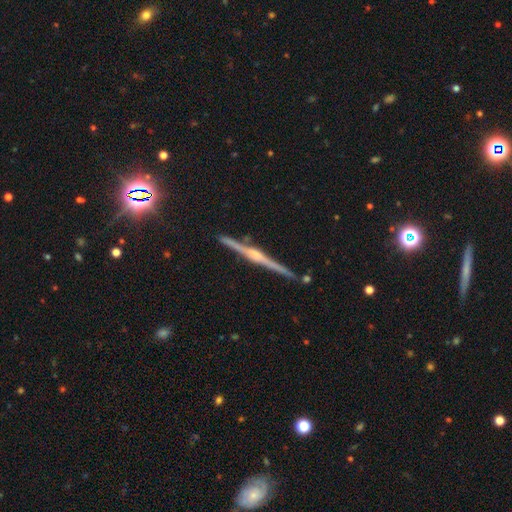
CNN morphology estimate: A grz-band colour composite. It shows a featured or disk galaxy (86%) viewed edge-on (99%) with a rounded central bulge (80%). Merging: none (90%).